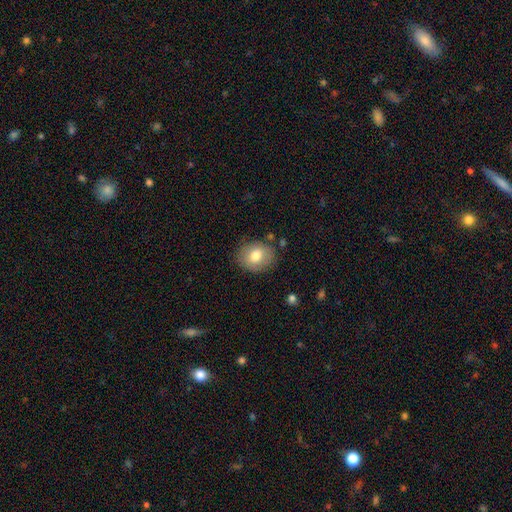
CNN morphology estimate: A smooth galaxy with no disk features (76%) that is round (56%).

Vote fractions:
- Smooth or featured? smooth: 76% / featured or disk: 16% / star or artifact: 8%
- How rounded? round: 56% / in between: 43% / cigar-shaped: 1%
- Merging? none: 82% / minor disturbance: 13% / major disturbance: 3% / merger: 2%